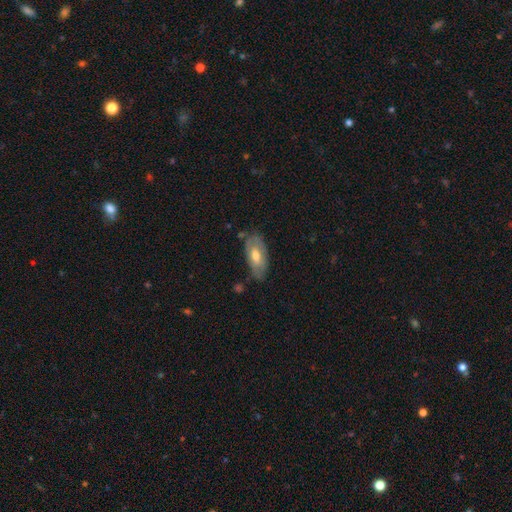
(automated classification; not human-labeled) Smooth or featured? smooth (52%)
How rounded? in between (87%)
Merging? none (68%)